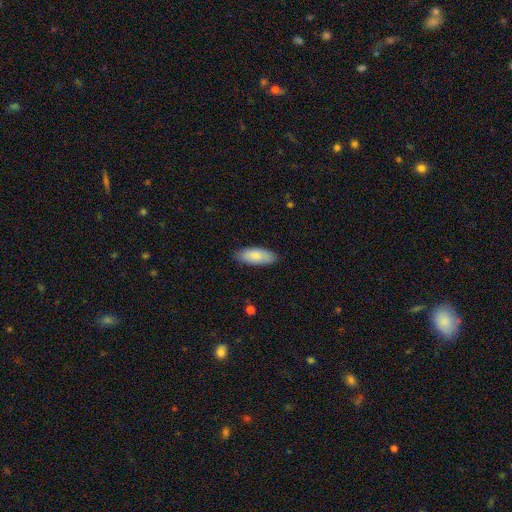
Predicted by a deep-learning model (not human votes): Smooth or featured? smooth (86%)
How rounded? in between (82%)
Merging? none (85%)